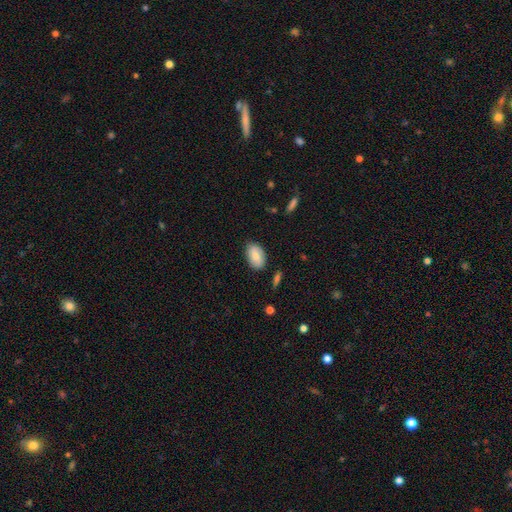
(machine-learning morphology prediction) Smooth or featured?
  - smooth: 81% *
  - featured or disk: 13%
  - star or artifact: 7%
How rounded?
  - in between: 92% *
  - round: 6%
  - cigar-shaped: 2%
Merging?
  - none: 81% *
  - minor disturbance: 14%
  - major disturbance: 3%
  - merger: 2%